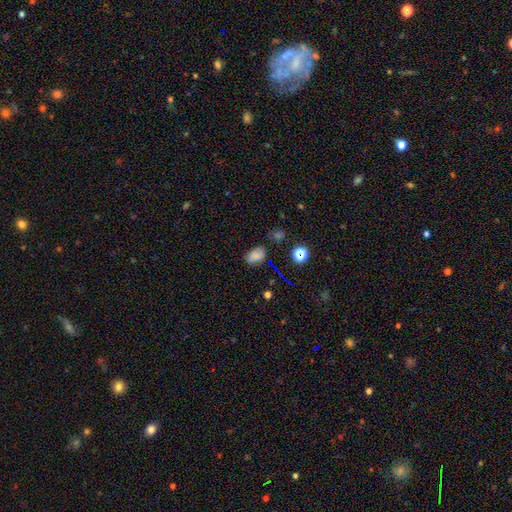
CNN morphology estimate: Smooth or featured?
  - smooth: 75% *
  - star or artifact: 17%
  - featured or disk: 8%
How rounded?
  - in between: 86% *
  - round: 12%
  - cigar-shaped: 2%
Merging?
  - none: 71% *
  - minor disturbance: 21%
  - major disturbance: 5%
  - merger: 3%